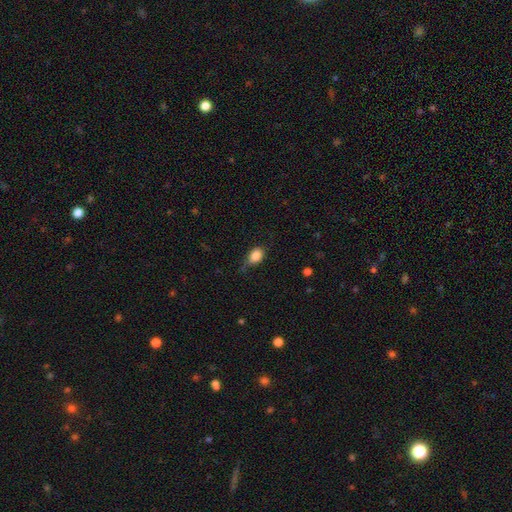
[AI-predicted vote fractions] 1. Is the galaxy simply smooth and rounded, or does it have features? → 84% smooth, 8% star or artifact, 7% featured or disk.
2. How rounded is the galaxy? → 74% in between, 24% round, 2% cigar-shaped.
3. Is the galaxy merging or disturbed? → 58% none, 31% minor disturbance, 9% major disturbance, 2% merger.